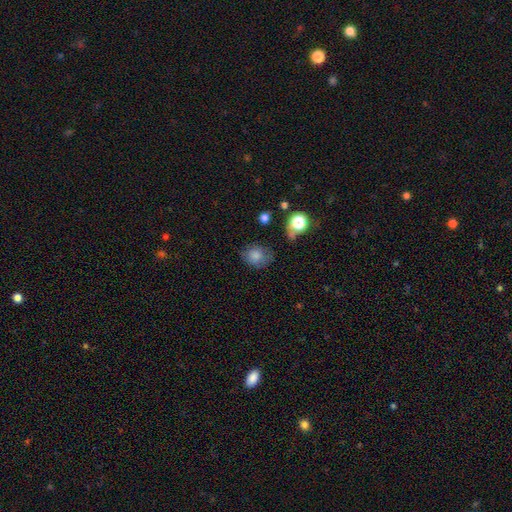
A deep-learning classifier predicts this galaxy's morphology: Overall: smooth (82%). How rounded: round (62%; in between 37%). Merging: none (63%; minor disturbance 25%).